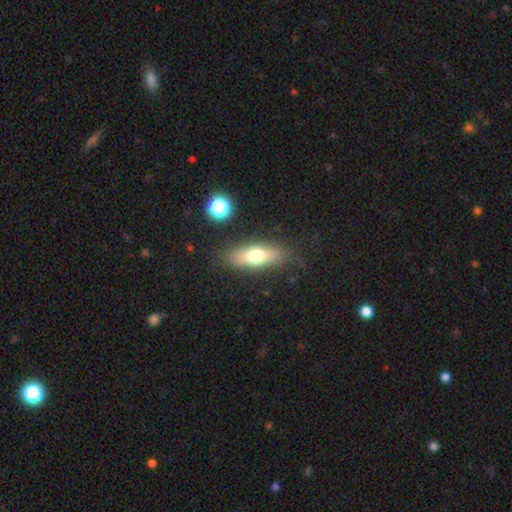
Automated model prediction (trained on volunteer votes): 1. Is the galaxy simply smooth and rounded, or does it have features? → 65% smooth, 27% featured or disk, 9% star or artifact.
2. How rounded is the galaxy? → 58% in between, 38% cigar-shaped, 4% round.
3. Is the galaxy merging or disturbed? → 83% none, 11% minor disturbance, 4% major disturbance, 2% merger.